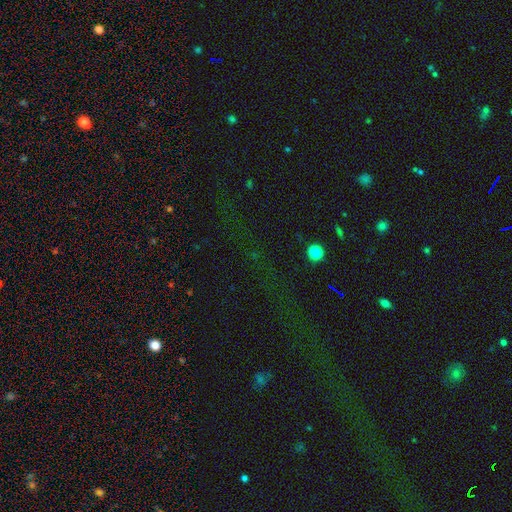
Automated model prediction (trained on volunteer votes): This is likely a star or artifact rather than a galaxy (71%).